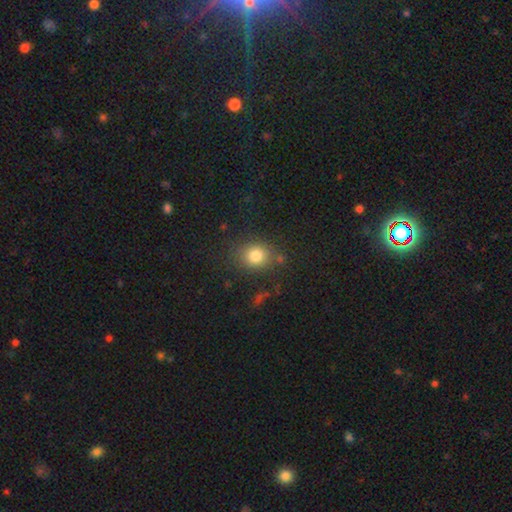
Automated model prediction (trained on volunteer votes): Overall: smooth (80%). How rounded: round (65%; in between 34%). Merging: none (80%).